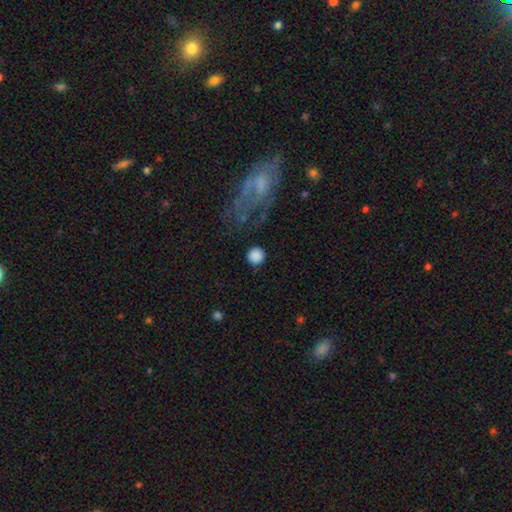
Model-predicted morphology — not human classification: Smooth or featured? Predicted: smooth (p=0.86). How rounded? Predicted: round (p=0.94). Merging? Predicted: none (p=0.85).